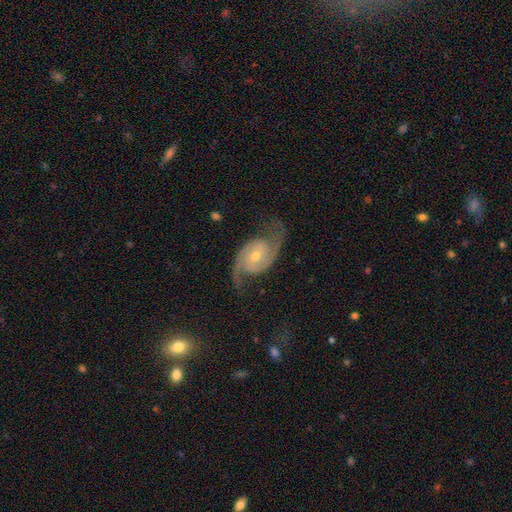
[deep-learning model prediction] Smooth or featured: featured or disk — 91% (star or artifact — 5%)
Edge-on disk: no — 97% (yes — 3%)
Bar: no — 64% (weak — 28%)
Spiral arms: yes — 98% (no — 2%)
Spiral winding: medium — 50% (loose — 31%)
Spiral arm count: 2 — 93% (can't tell — 2%)
Bulge size: small — 49% (moderate — 47%)
Merging: none — 76% (minor disturbance — 15%)